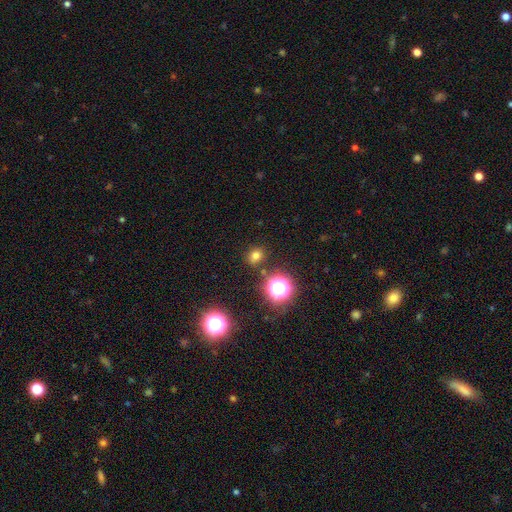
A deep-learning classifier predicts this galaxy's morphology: The model was most divided on "how rounded": round: 63%, in between: 36%, cigar-shaped: 1%. More confident: merging — none (83%); smooth or featured — smooth (70%).